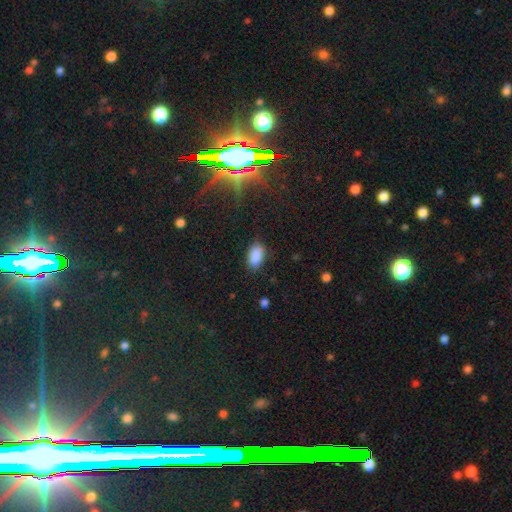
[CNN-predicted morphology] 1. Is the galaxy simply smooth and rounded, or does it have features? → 88% smooth, 8% star or artifact, 4% featured or disk.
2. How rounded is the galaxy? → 92% in between, 5% round, 2% cigar-shaped.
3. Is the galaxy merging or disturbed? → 79% none, 16% minor disturbance, 4% major disturbance, 1% merger.